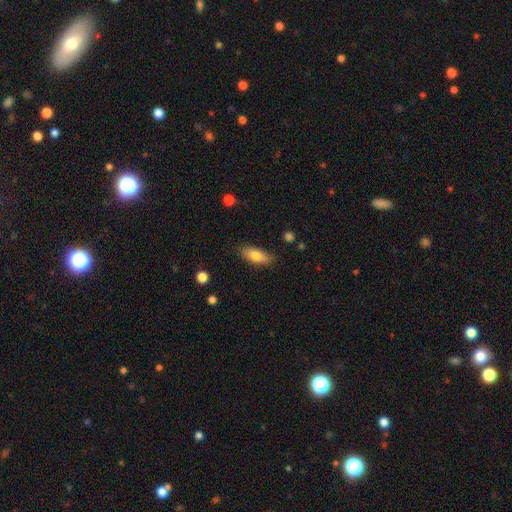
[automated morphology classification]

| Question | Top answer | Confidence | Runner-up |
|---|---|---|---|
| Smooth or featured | smooth | 78% | featured or disk (16%) |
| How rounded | in between | 77% | cigar-shaped (20%) |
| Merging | none | 84% | minor disturbance (13%) |